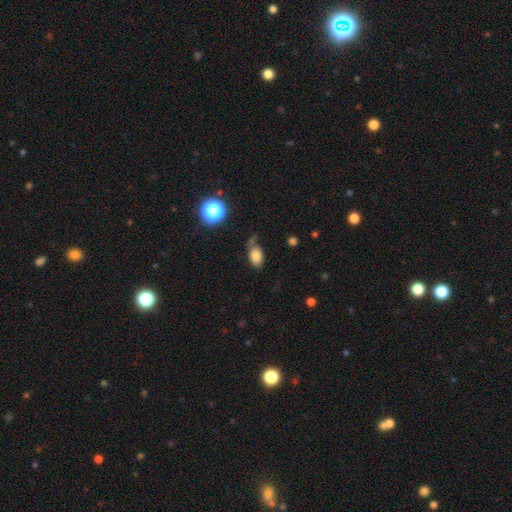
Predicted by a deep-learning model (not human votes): Q: Smooth or featured?
A: smooth (80%); runner-up: star or artifact (10%)
Q: How rounded?
A: in between (87%); runner-up: round (11%)
Q: Merging?
A: none (54%); runner-up: minor disturbance (28%)